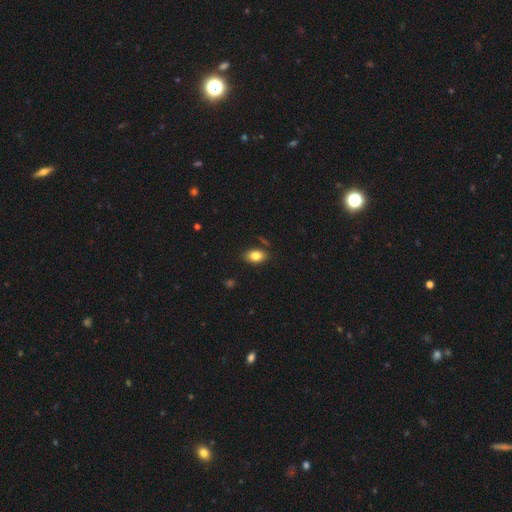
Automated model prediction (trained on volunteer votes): Morphology: type=smooth (82%); roundness=in between (88%); merging=none (82%).